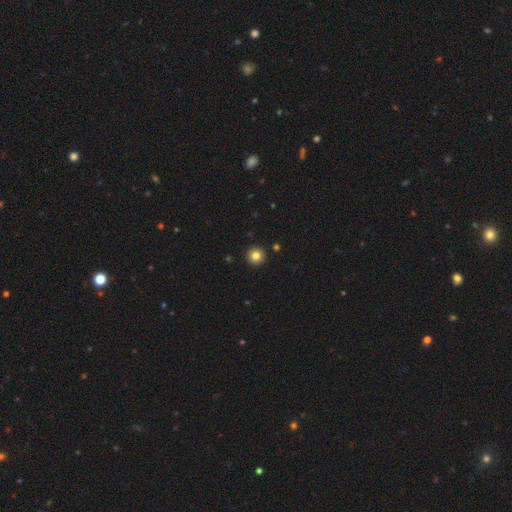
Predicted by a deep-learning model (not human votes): smooth_or_featured: smooth (p=0.84) [alt: star or artifact p=0.10]
how_rounded: round (p=0.96) [alt: in between p=0.03]
merging: none (p=0.93) [alt: minor disturbance p=0.04]